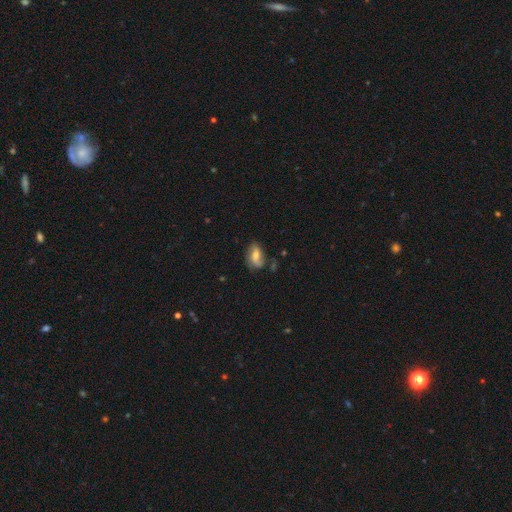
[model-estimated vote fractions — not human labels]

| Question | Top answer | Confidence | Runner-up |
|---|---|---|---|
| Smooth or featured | smooth | 49% | featured or disk (41%) |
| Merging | none | 58% | minor disturbance (27%) |